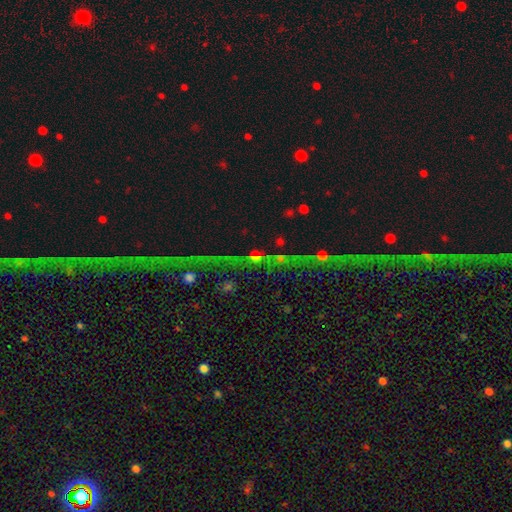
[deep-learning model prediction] smooth_or_featured: star or artifact (p=0.52) [alt: smooth p=0.27]